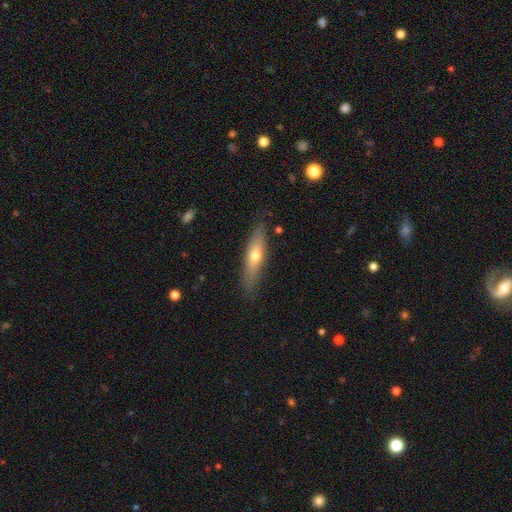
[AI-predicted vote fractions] Overall: smooth (52%; featured or disk 42%). How rounded: cigar-shaped (74%). Merging: none (82%).